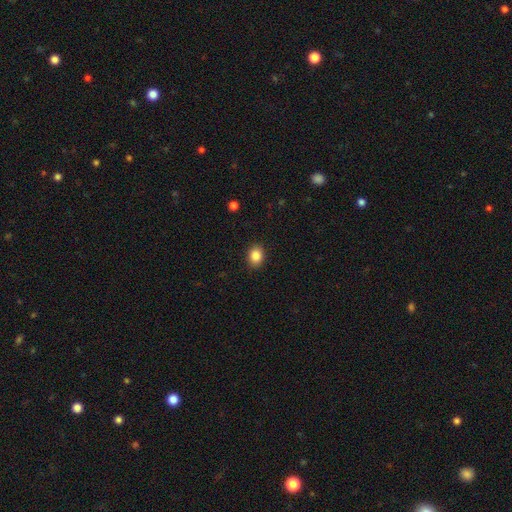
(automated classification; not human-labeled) Smooth or featured? smooth (86%)
How rounded? in between (54%)
Merging? none (89%)